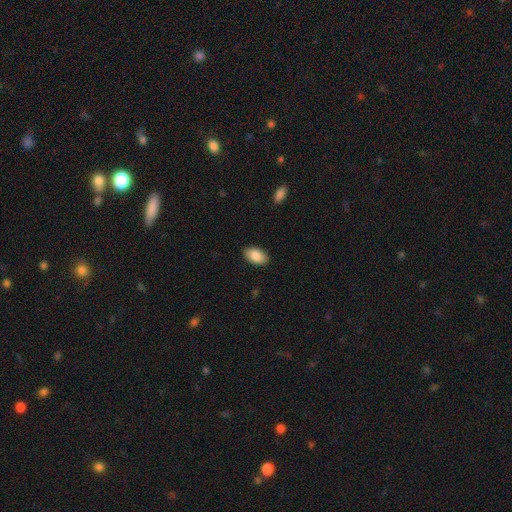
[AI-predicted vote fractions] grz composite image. It shows a smooth galaxy with no disk features (88%) that is in between round and cigar-shaped (93%). Merging: none (88%).